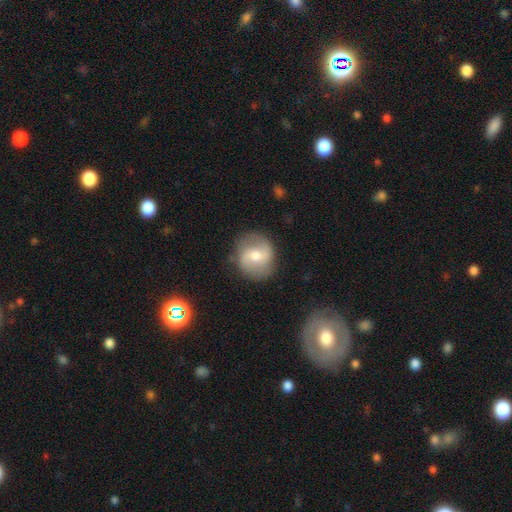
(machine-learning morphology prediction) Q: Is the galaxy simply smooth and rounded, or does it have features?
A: featured or disk — 63%.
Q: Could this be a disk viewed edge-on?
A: no — 97%.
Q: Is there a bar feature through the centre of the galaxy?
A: weak — 50%.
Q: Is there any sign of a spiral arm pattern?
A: yes — 85%.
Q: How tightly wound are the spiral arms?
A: loose — 43%.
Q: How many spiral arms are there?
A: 2 — 88%.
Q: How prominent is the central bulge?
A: moderate — 63%.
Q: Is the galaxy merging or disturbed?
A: none — 83%.